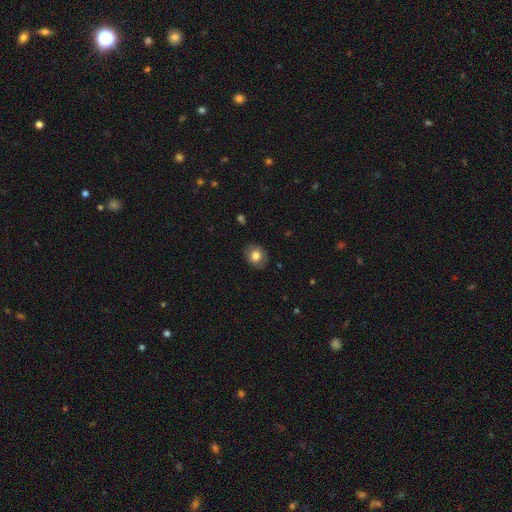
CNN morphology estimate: Q: Smooth or featured?
A: smooth (78%); runner-up: featured or disk (14%)
Q: How rounded?
A: round (55%); runner-up: in between (44%)
Q: Merging?
A: none (85%); runner-up: minor disturbance (11%)